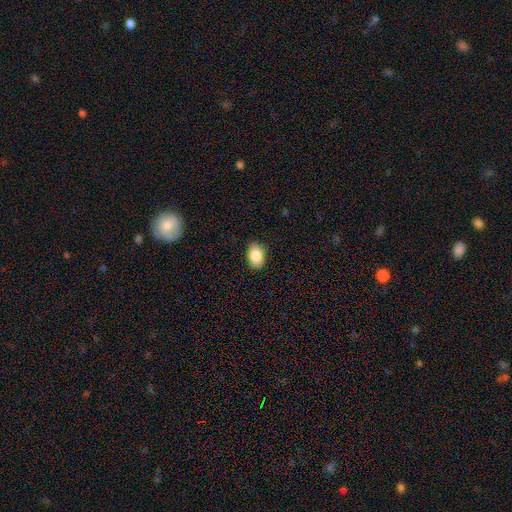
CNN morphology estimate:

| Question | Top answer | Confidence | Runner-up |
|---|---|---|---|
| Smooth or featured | smooth | 85% | star or artifact (7%) |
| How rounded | in between | 85% | round (14%) |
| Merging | none | 88% | minor disturbance (9%) |